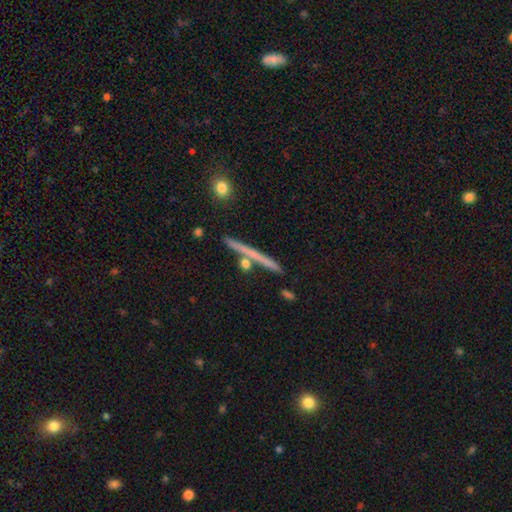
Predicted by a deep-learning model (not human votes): smooth-or-featured: featured or disk: 56% | smooth: 36% | star or artifact: 8%
  disk-edge-on: yes: 96% | no: 4%
    edge-on-bulge: none: 77% | rounded: 19% | boxy: 5%
  merging: none: 84% | minor disturbance: 8% | merger: 6% | major disturbance: 2%